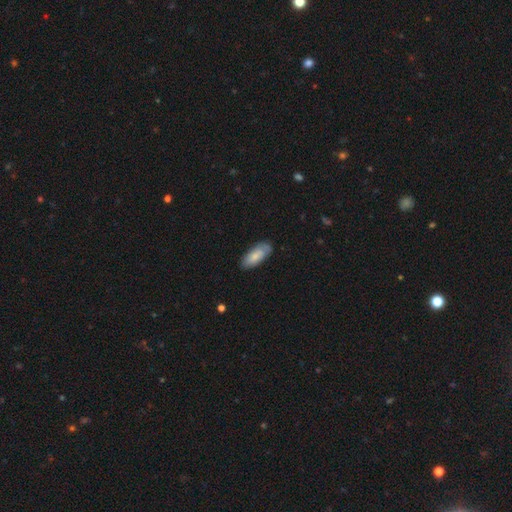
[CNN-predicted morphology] type=smooth (75%); roundness=in between (84%); merging=none (74%).